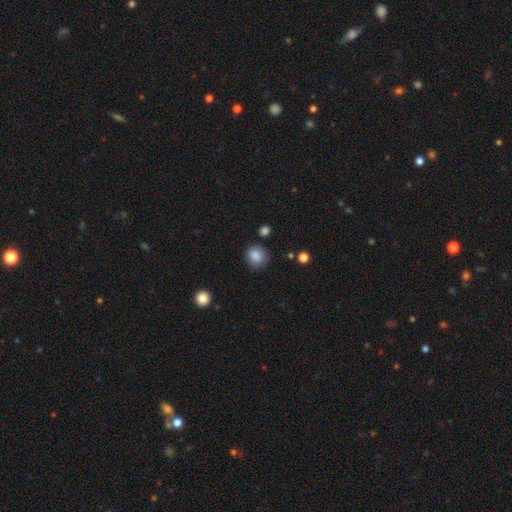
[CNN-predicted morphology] This is clearly a smooth galaxy (86%). How rounded: likely round (76%). Merging: likely none (78%).